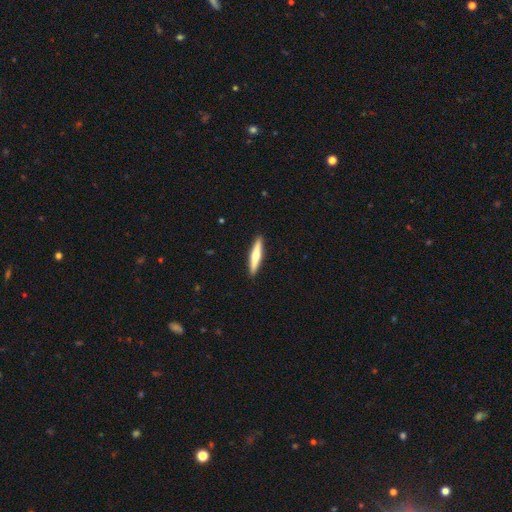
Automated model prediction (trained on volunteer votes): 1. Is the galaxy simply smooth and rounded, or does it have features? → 49% smooth, 47% featured or disk, 5% star or artifact.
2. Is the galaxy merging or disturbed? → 92% none, 6% minor disturbance, 1% major disturbance, 1% merger.